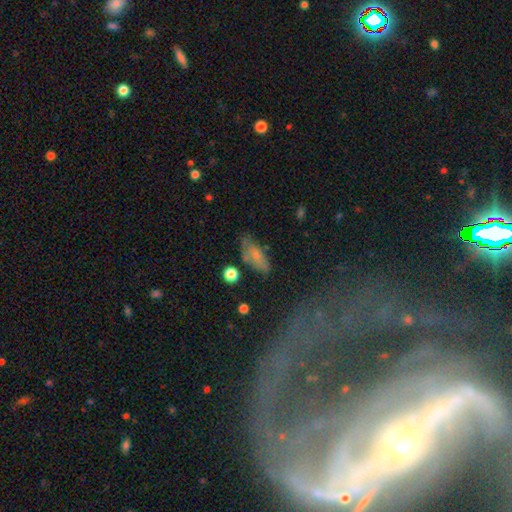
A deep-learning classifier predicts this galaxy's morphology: smooth_or_featured: smooth (p=0.70) [alt: featured or disk p=0.21]
how_rounded: in between (p=0.76) [alt: cigar-shaped p=0.20]
merging: none (p=0.62) [alt: minor disturbance p=0.23]